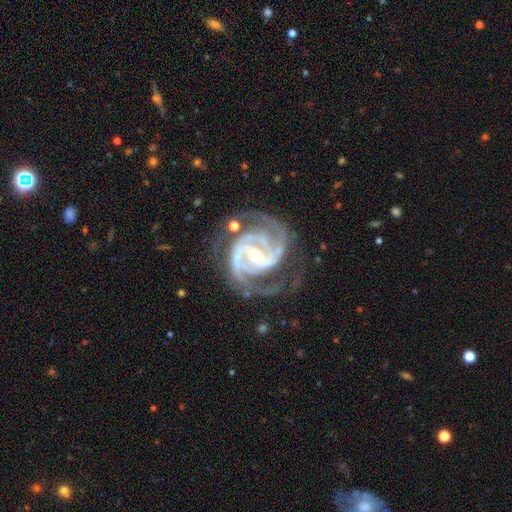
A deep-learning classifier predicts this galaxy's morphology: A featured or disk galaxy (94%) with a weak bar (40%), 2 (42%) medium (47%) spiral arms (99%) and a small central bulge (53%).

Vote fractions:
- Smooth or featured? featured or disk: 94% / star or artifact: 4% / smooth: 2%
- Edge-on disk? no: 98% / yes: 2%
- Bar? weak: 40% / strong: 35% / no: 25%
- Spiral arms? yes: 99% / no: 1%
- Spiral winding? medium: 47% / tight: 46% / loose: 6%
- Spiral arm count? 2: 42% / 3: 36% / 4: 8% / can't tell: 6% / 1: 4% / more than 4: 4%
- Bulge size? small: 53% / moderate: 44% / large: 2% / none: 1% / dominant: 1%
- Merging? none: 65% / minor disturbance: 20% / major disturbance: 13% / merger: 3%